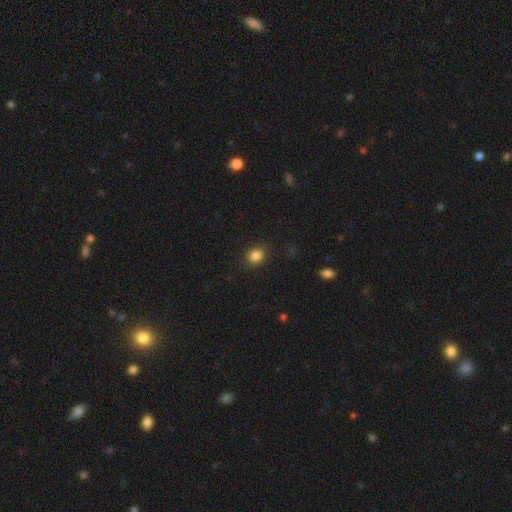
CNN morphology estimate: Smooth or featured: smooth — 84% (star or artifact — 11%)
How rounded: round — 69% (in between — 30%)
Merging: none — 89% (minor disturbance — 7%)